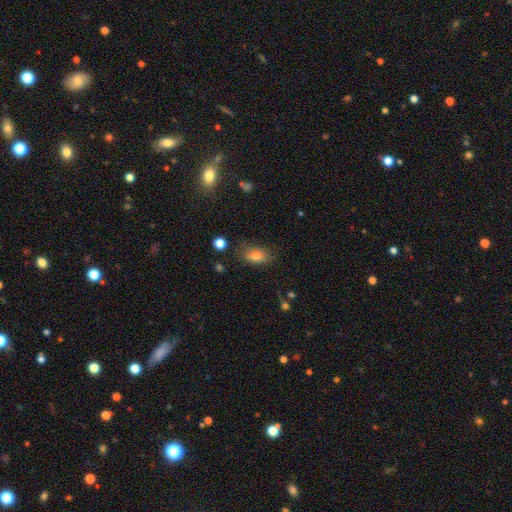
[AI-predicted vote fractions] smooth-or-featured: smooth: 78% | star or artifact: 12% | featured or disk: 11%
  how-rounded: in between: 86% | round: 10% | cigar-shaped: 4%
  merging: none: 73% | minor disturbance: 18% | major disturbance: 6% | merger: 2%